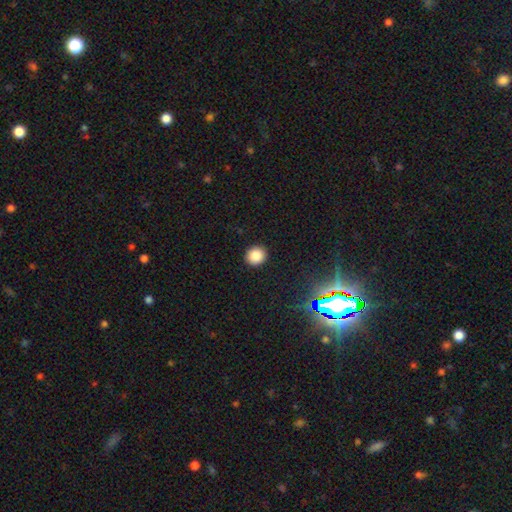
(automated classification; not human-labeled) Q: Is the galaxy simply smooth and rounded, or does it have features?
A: smooth — 85%.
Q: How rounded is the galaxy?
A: round — 87%.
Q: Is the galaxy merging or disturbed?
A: none — 92%.